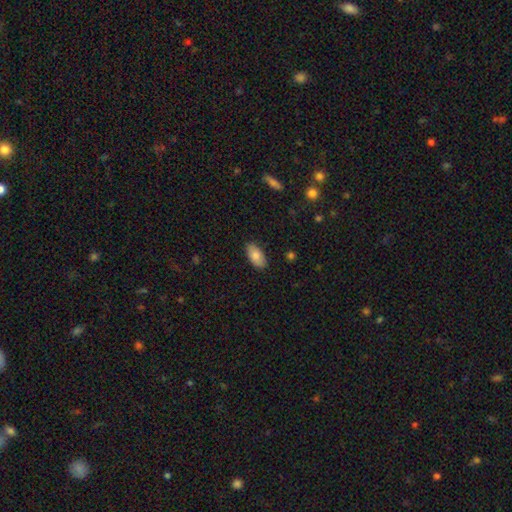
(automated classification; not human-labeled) Morphology: type=smooth (82%); roundness=in between (93%); merging=none (88%).